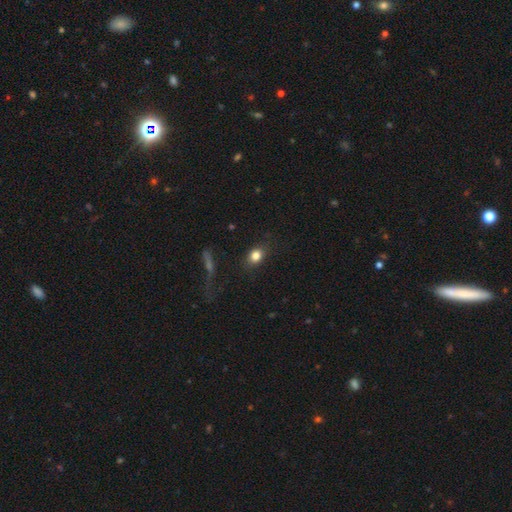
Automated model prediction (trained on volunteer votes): Smooth or featured: smooth — 82% (star or artifact — 10%)
How rounded: in between — 54% (round — 43%)
Merging: none — 84% (minor disturbance — 11%)